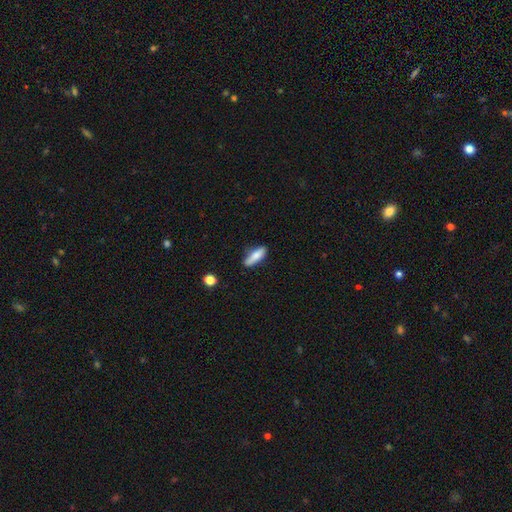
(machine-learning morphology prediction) Smooth or featured? Predicted: smooth (p=0.76). How rounded? Predicted: in between (p=0.49). Merging? Predicted: none (p=0.75).